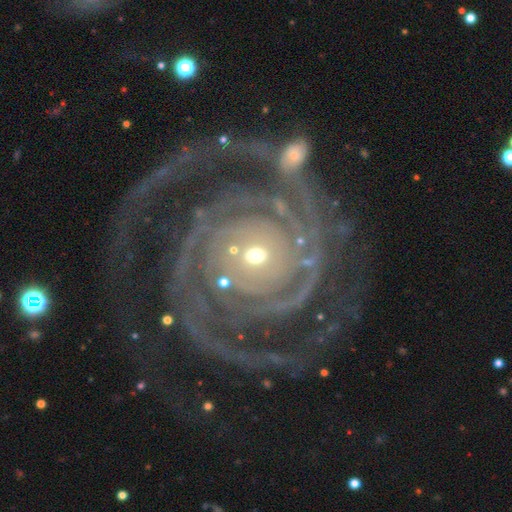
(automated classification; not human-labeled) A featured or disk galaxy (89%) with no bar (63%), 2 (33%) tight (69%) spiral arms (95%) and a small central bulge (67%). Merging: none (66%).